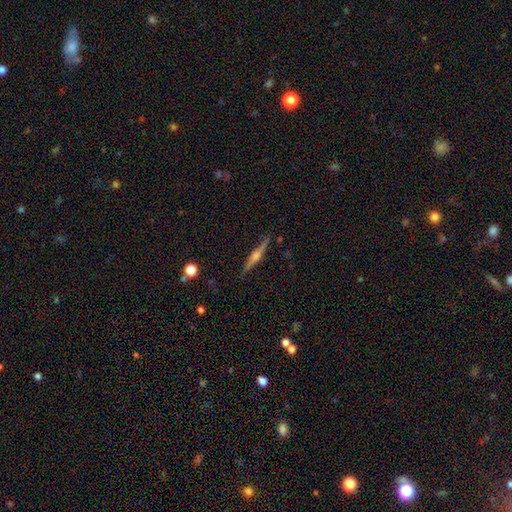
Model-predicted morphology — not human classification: Smooth or featured? Predicted: featured or disk (p=0.81). Edge-on disk? Predicted: yes (p=0.98). Edge-on bulge? Predicted: rounded (p=0.87). Merging? Predicted: none (p=0.90).